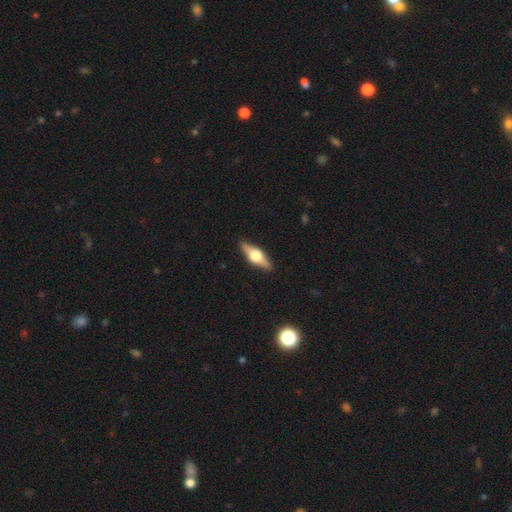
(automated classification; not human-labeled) Morphology: type=featured or disk (63%); edge-on=yes (95%); edge-on bulge=rounded (93%); merging=none (89%).